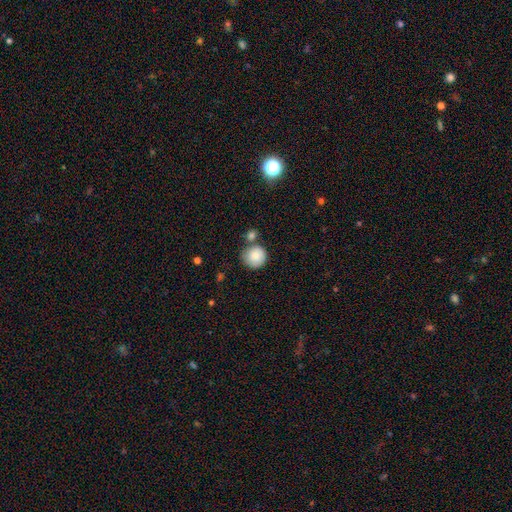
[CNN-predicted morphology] smooth 84%, featured or disk 8%, star or artifact 7%. Down the decision tree: how rounded — round (92%); merging — none (59%).